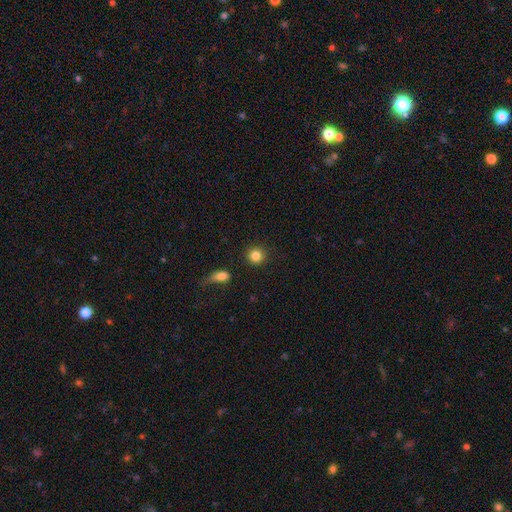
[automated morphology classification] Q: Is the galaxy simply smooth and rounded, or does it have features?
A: smooth — 84%.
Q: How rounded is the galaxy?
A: round — 93%.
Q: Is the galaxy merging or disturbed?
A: none — 89%.